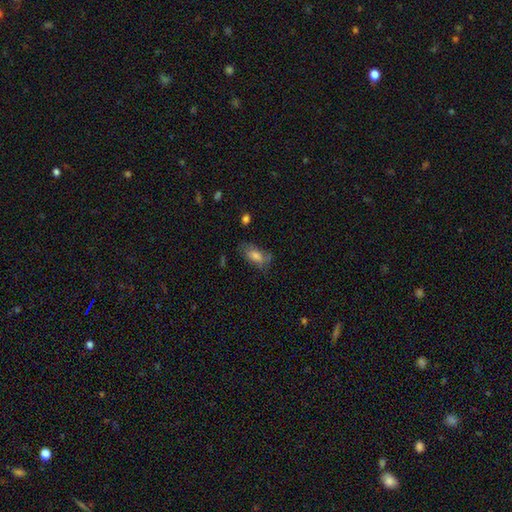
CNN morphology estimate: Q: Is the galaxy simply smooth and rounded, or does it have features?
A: smooth — 65%.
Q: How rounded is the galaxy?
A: in between — 85%.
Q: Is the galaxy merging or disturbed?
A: none — 61%.